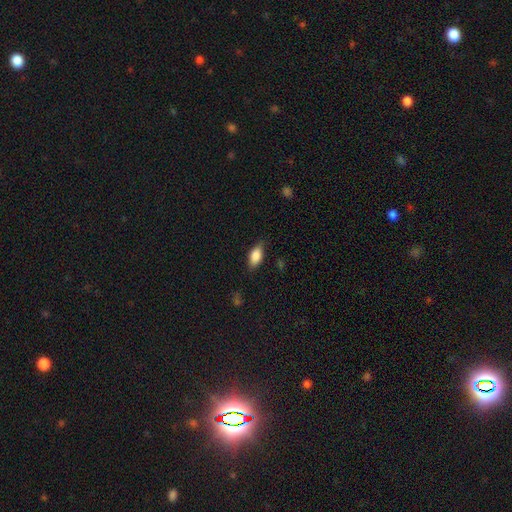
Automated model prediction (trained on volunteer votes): smooth 82%, featured or disk 11%, star or artifact 7%. Down the decision tree: how rounded — in between (87%); merging — none (79%).